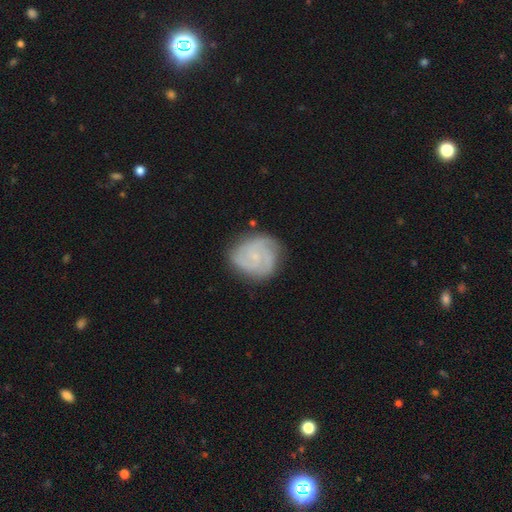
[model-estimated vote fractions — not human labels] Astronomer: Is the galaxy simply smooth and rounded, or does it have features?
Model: featured or disk — 76%.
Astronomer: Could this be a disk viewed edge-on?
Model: no — 98%.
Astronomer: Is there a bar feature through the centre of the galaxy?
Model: no — 72%.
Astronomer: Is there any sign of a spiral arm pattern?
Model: yes — 95%.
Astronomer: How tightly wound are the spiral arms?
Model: tight — 56% (runner-up: medium, 36%).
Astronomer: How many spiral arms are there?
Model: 3 — 43% (runner-up: 2, 19%).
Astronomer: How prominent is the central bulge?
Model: small — 76%.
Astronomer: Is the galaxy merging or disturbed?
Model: none — 74%.